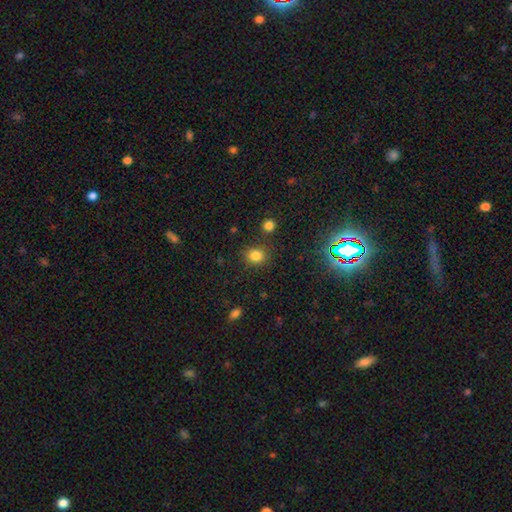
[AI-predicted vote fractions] Q: Smooth or featured?
A: smooth (81%); runner-up: star or artifact (14%)
Q: How rounded?
A: round (67%); runner-up: in between (32%)
Q: Merging?
A: none (82%); runner-up: minor disturbance (10%)